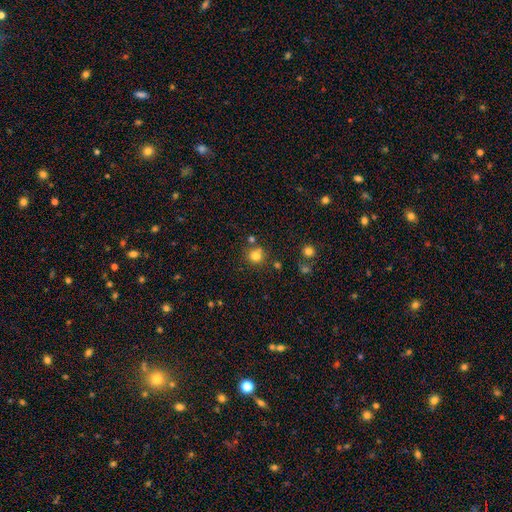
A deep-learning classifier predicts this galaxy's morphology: This appears to be a smooth galaxy with no disk features (77%) that is round (91%). Merging: none (72%).